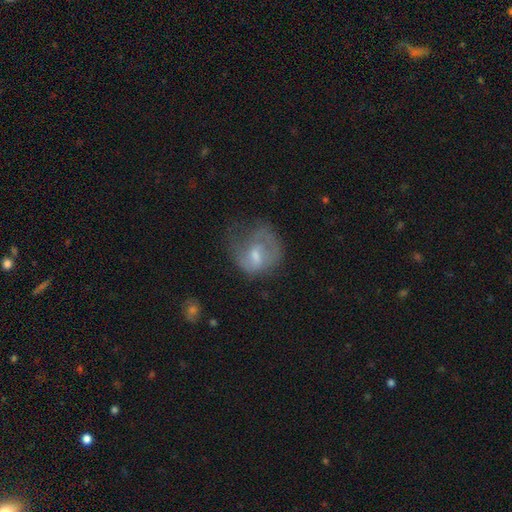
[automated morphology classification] This appears to be a featured or disk galaxy (54%) with no bar (46%), spiral arms (60%) and a small central bulge (44%). Merging: major disturbance (36%).